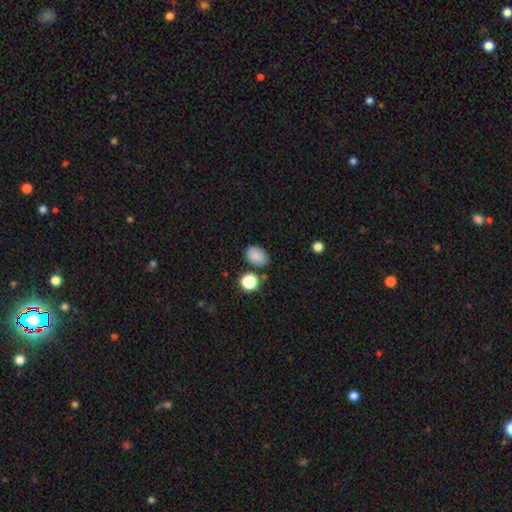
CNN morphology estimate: smooth 84%, star or artifact 11%, featured or disk 5%. Down the decision tree: how rounded — in between (81%); merging — none (75%).